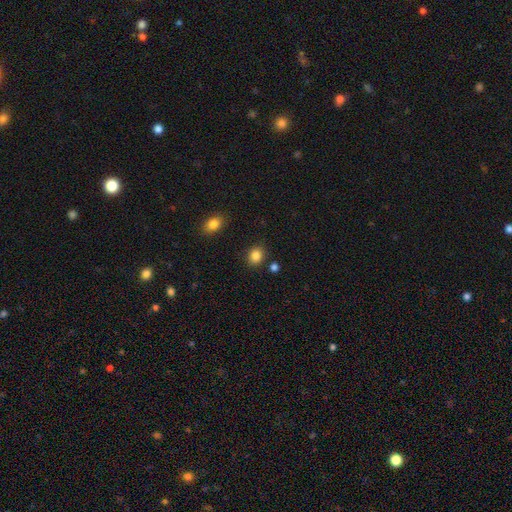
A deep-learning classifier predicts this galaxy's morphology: smooth_or_featured: smooth (p=0.86) [alt: star or artifact p=0.10]
how_rounded: round (p=0.64) [alt: in between p=0.35]
merging: none (p=0.85) [alt: minor disturbance p=0.08]